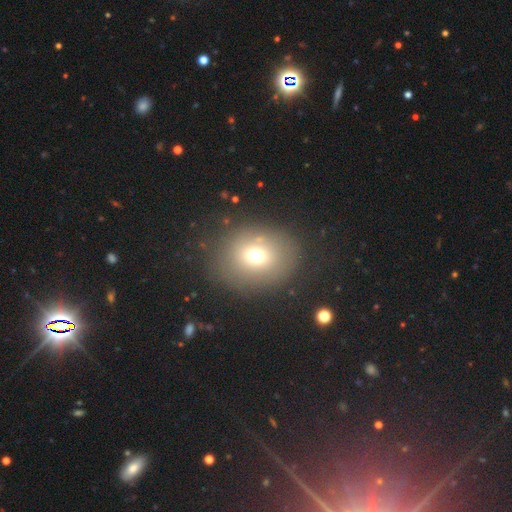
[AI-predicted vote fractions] A smooth galaxy with no disk features (67%) that is round (70%). Merging: none (77%).